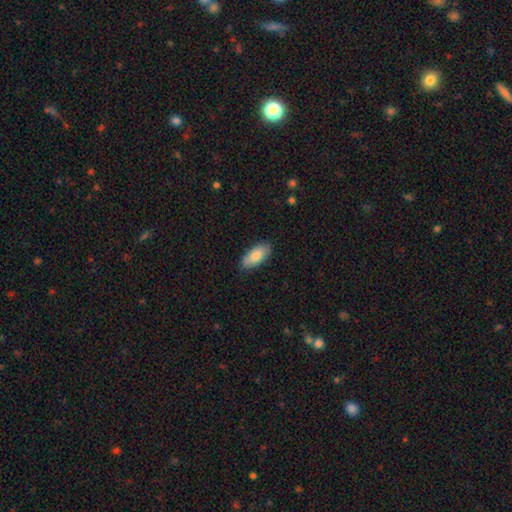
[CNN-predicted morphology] type=smooth (80%); roundness=in between (90%); merging=none (82%).